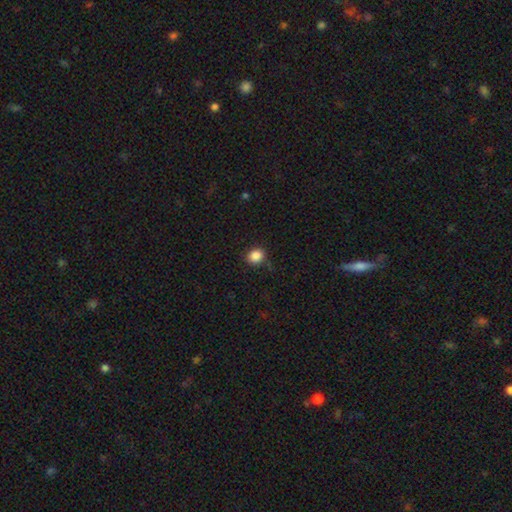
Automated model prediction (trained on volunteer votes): Smooth or featured? smooth (86%)
How rounded? round (74%)
Merging? none (82%)